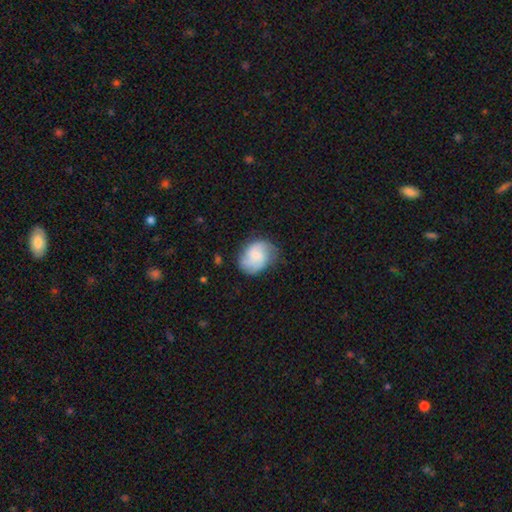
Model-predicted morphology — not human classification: Smooth or featured? smooth (48%)
Merging? none (63%)